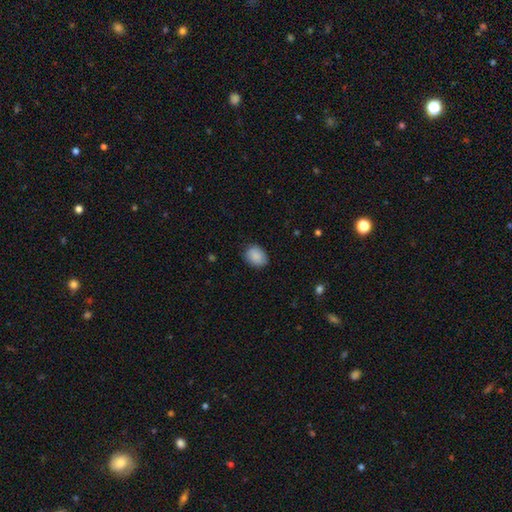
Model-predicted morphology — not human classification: smooth_or_featured: smooth (p=0.89) [alt: star or artifact p=0.07]
how_rounded: in between (p=0.64) [alt: round p=0.35]
merging: none (p=0.82) [alt: minor disturbance p=0.14]